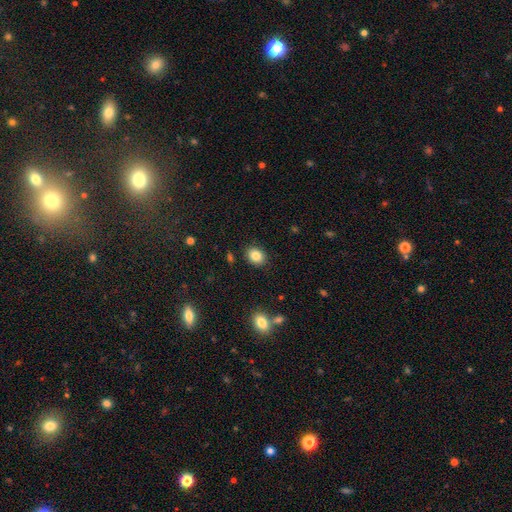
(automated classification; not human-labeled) A smooth galaxy with no disk features (85%) that is in between round and cigar-shaped (51%). Merging: none (88%).